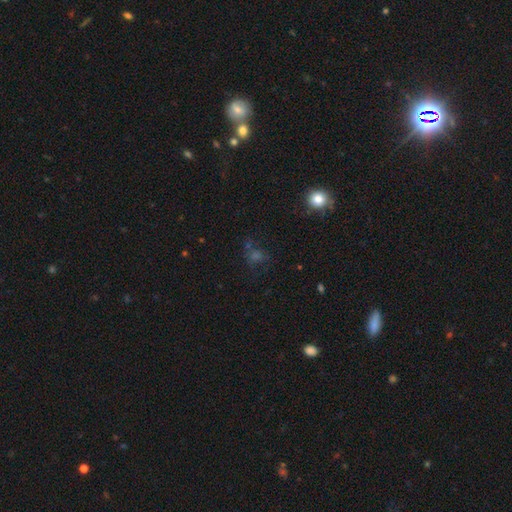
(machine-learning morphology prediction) star or artifact 44%, smooth 40%, featured or disk 16%.